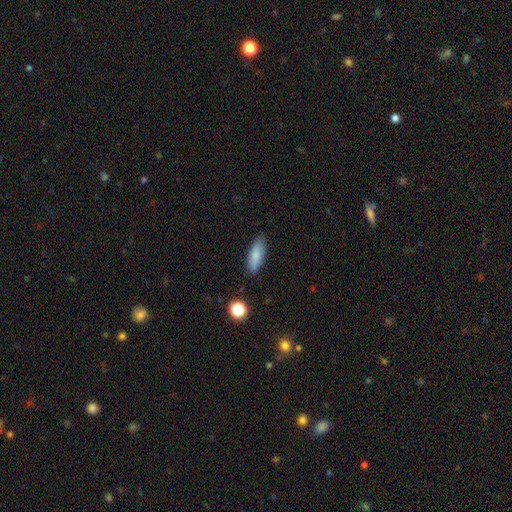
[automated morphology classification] smooth_or_featured: smooth (p=0.84) [alt: featured or disk p=0.09]
how_rounded: in between (p=0.69) [alt: cigar-shaped p=0.29]
merging: none (p=0.83) [alt: minor disturbance p=0.13]